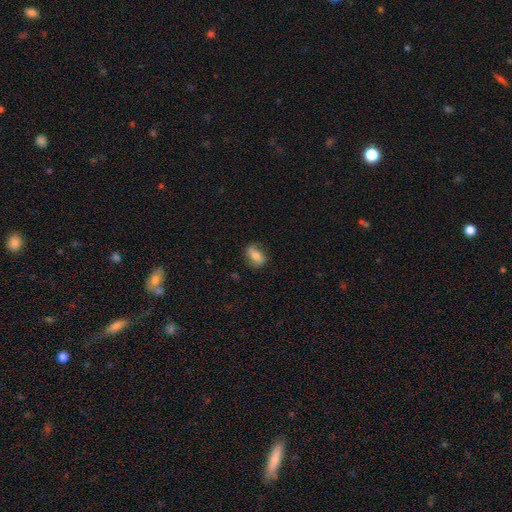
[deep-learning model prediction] Morphology: type=smooth (52%); roundness=in between (78%); merging=none (68%).